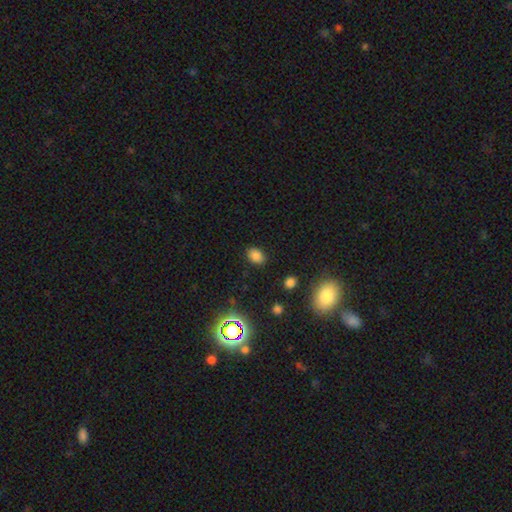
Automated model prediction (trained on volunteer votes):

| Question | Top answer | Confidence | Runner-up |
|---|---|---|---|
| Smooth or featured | smooth | 79% | star or artifact (16%) |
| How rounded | in between | 78% | round (21%) |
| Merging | none | 86% | minor disturbance (10%) |